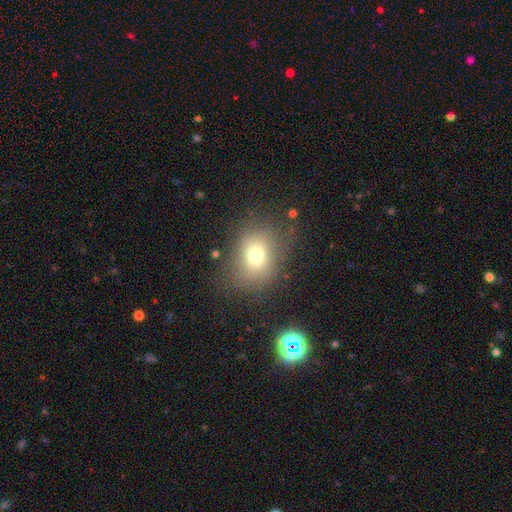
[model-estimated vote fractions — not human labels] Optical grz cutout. It shows a smooth galaxy with no disk features (72%) that is in between round and cigar-shaped (50%). Merging: none (74%).